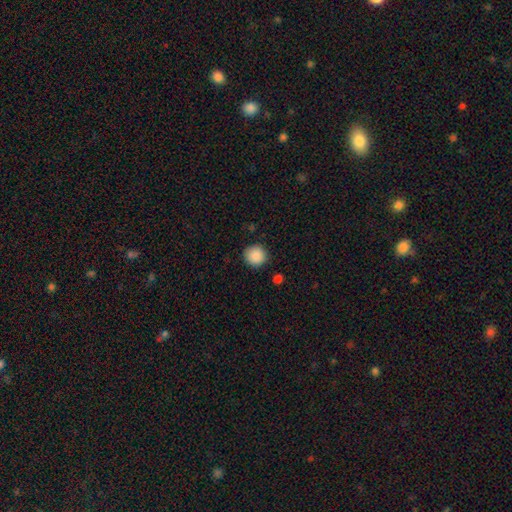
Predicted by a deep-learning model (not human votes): The model was most divided on "smooth or featured": smooth: 89%, star or artifact: 9%, featured or disk: 3%. More confident: how rounded — round (94%); merging — none (90%).